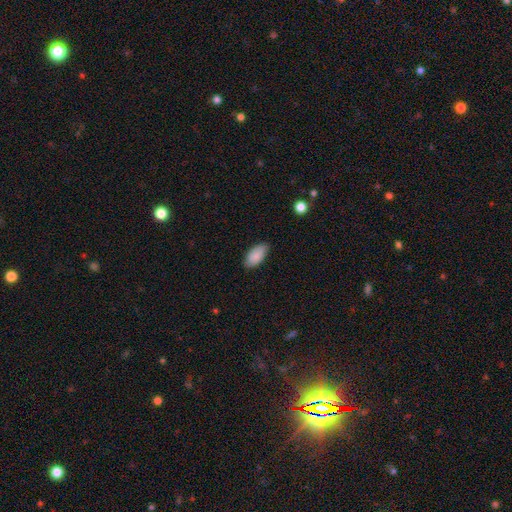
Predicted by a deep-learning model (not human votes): Smooth or featured?
  - smooth: 88% *
  - star or artifact: 6%
  - featured or disk: 6%
How rounded?
  - in between: 93% *
  - cigar-shaped: 5%
  - round: 2%
Merging?
  - none: 79% *
  - minor disturbance: 18%
  - major disturbance: 3%
  - merger: 1%